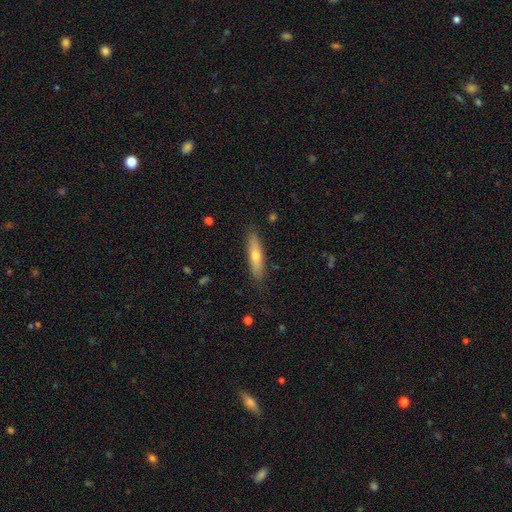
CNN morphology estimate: A smooth galaxy with no disk features (57%) that is cigar-shaped (77%). Merging: none (84%).